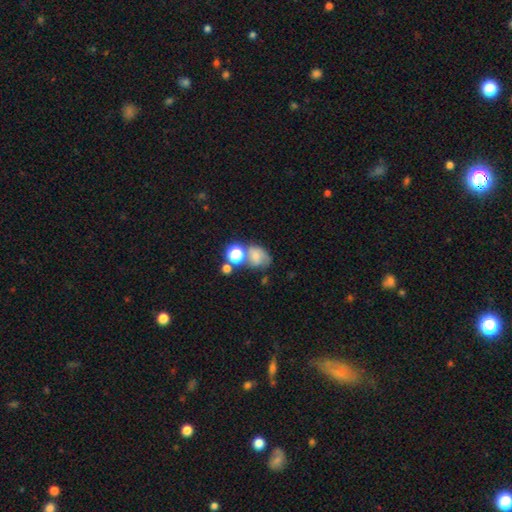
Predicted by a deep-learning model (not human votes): A smooth galaxy with no disk features (59%) that is in between round and cigar-shaped (53%).

Vote fractions:
- Smooth or featured? smooth: 59% / featured or disk: 24% / star or artifact: 17%
- How rounded? in between: 53% / round: 46% / cigar-shaped: 1%
- Merging? none: 38% / merger: 29% / minor disturbance: 20% / major disturbance: 12%